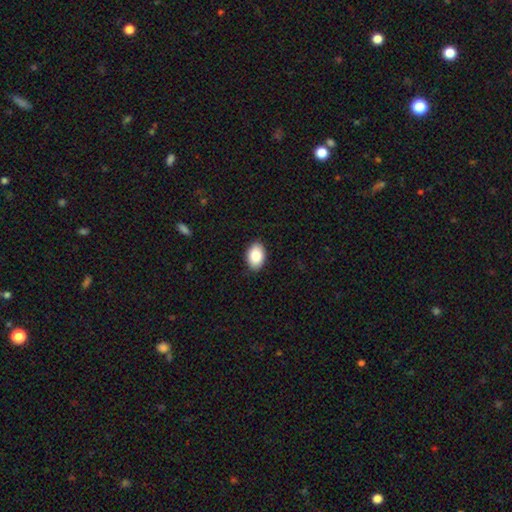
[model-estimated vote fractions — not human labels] Overall: smooth (87%). How rounded: in between (86%). Merging: none (89%).